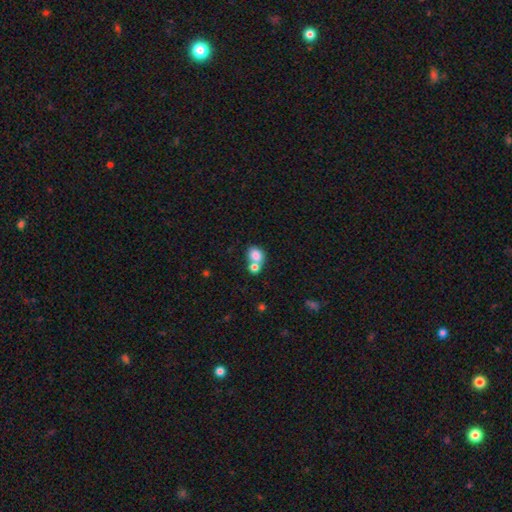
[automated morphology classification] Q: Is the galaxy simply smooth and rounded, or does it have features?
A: smooth — 81%.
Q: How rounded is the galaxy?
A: round — 59%.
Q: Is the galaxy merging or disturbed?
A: merger — 50%.